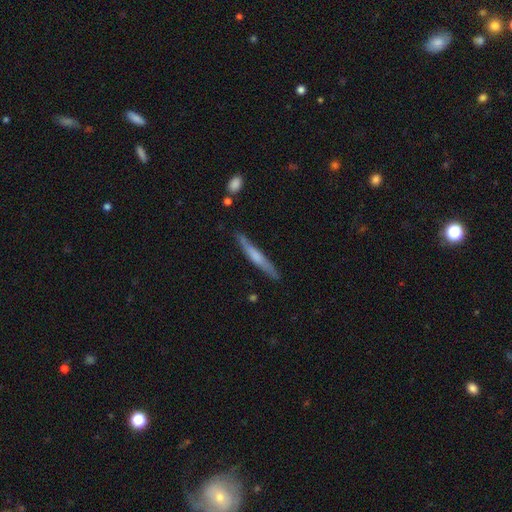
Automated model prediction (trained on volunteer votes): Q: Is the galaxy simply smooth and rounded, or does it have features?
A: featured or disk — 49%.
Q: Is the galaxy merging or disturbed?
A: none — 84%.